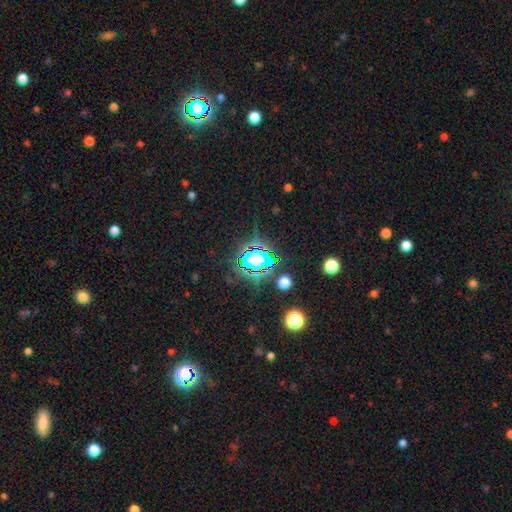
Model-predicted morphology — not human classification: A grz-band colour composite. It shows a star or artifact, not a galaxy (79%).